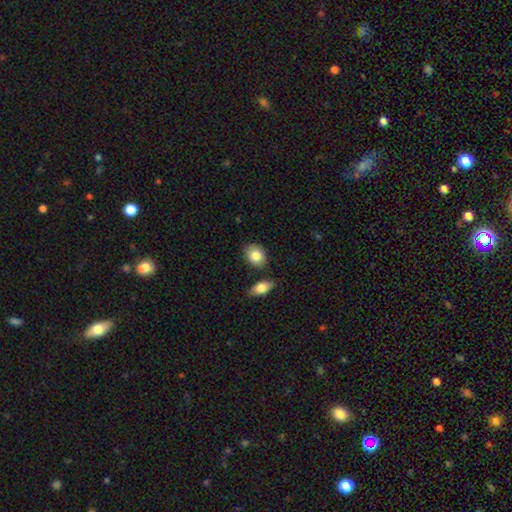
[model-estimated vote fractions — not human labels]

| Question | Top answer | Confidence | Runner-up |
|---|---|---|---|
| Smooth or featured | smooth | 84% | featured or disk (9%) |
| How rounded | in between | 66% | round (32%) |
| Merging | none | 79% | minor disturbance (12%) |